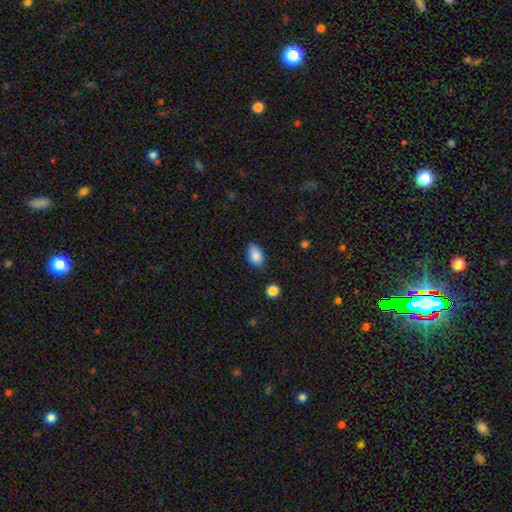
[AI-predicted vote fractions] A smooth galaxy with no disk features (86%) that is in between round and cigar-shaped (89%).

Vote fractions:
- Smooth or featured? smooth: 86% / star or artifact: 8% / featured or disk: 7%
- How rounded? in between: 89% / round: 9% / cigar-shaped: 1%
- Merging? none: 77% / minor disturbance: 18% / major disturbance: 3% / merger: 2%